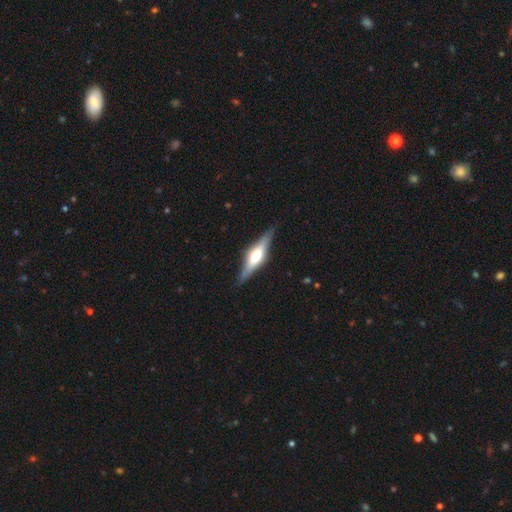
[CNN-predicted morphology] Smooth or featured? Predicted: featured or disk (p=0.69). Edge-on disk? Predicted: yes (p=0.96). Edge-on bulge? Predicted: rounded (p=0.85). Merging? Predicted: none (p=0.87).